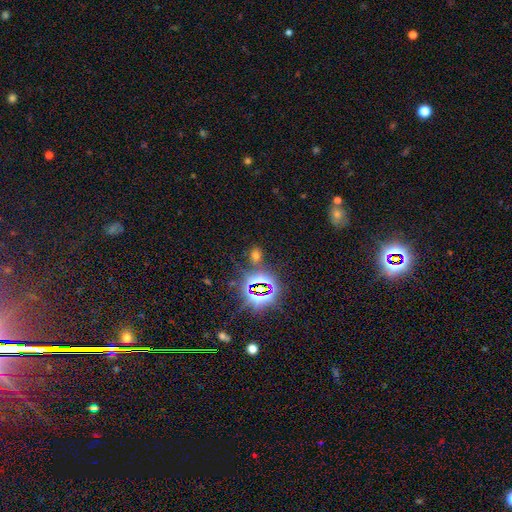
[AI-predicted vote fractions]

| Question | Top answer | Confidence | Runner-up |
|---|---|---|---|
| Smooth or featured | star or artifact | 50% | smooth (43%) |